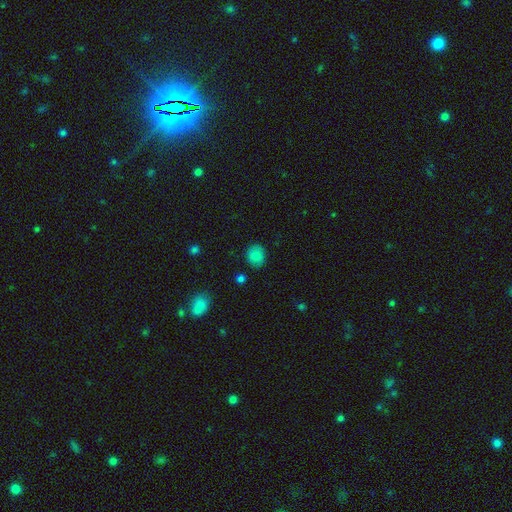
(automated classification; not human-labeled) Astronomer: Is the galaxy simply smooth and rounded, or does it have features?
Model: smooth — 85%.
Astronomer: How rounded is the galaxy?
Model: round — 68%.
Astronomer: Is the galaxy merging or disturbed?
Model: none — 84%.